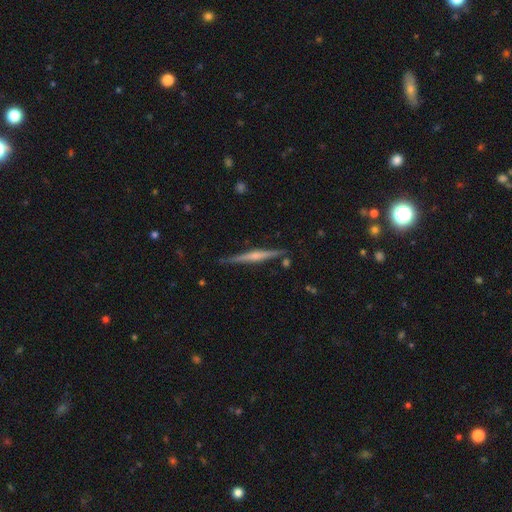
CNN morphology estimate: Smooth or featured?
  - featured or disk: 72% *
  - smooth: 22%
  - star or artifact: 6%
Edge-on disk?
  - yes: 98% *
  - no: 2%
Edge-on bulge?
  - rounded: 64% *
  - none: 20%
  - boxy: 15%
Merging?
  - none: 86% *
  - minor disturbance: 9%
  - merger: 2%
  - major disturbance: 2%